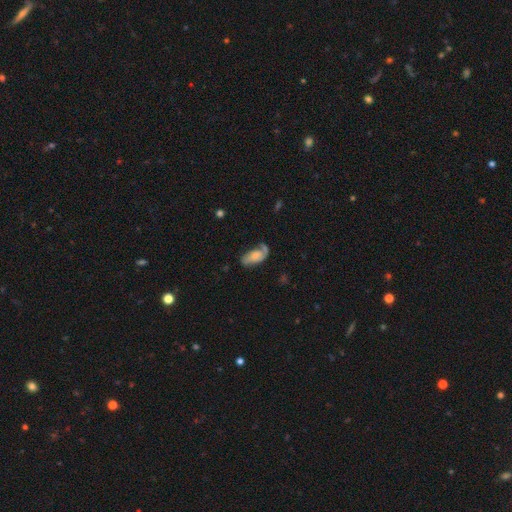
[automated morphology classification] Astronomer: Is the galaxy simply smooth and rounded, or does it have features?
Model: featured or disk — 47% (runner-up: smooth, 45%).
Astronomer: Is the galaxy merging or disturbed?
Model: none — 45% (runner-up: minor disturbance, 28%).